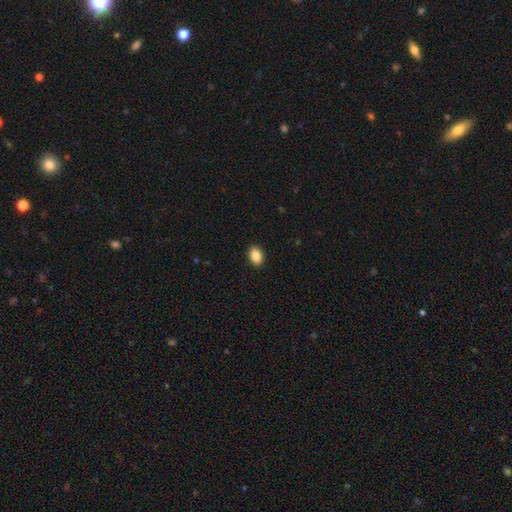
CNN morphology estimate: A smooth galaxy with no disk features (88%) that is in between round and cigar-shaped (86%). Merging: none (91%).